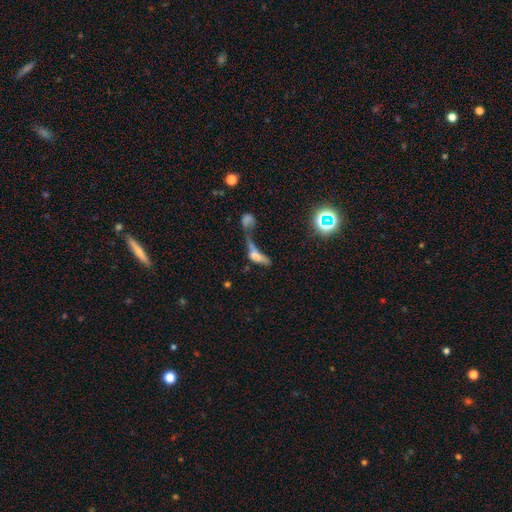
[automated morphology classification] A smooth galaxy with no disk features (46%).

Vote fractions:
- Smooth or featured? smooth: 46% / featured or disk: 37% / star or artifact: 17%
- Merging? merger: 53% / major disturbance: 27% / none: 12% / minor disturbance: 8%